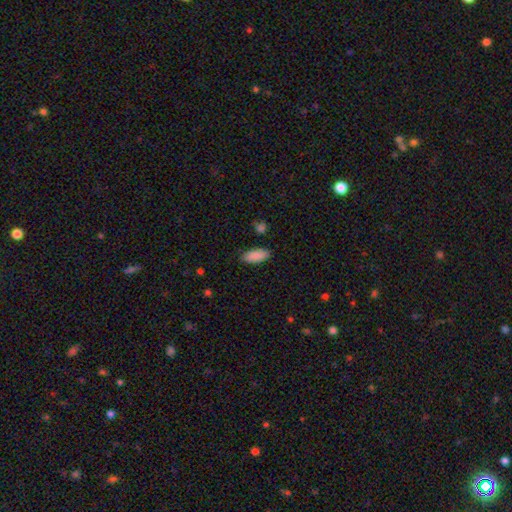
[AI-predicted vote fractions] This is clearly a smooth galaxy (89%). How rounded: clearly in between (85%). Merging: clearly none (86%).